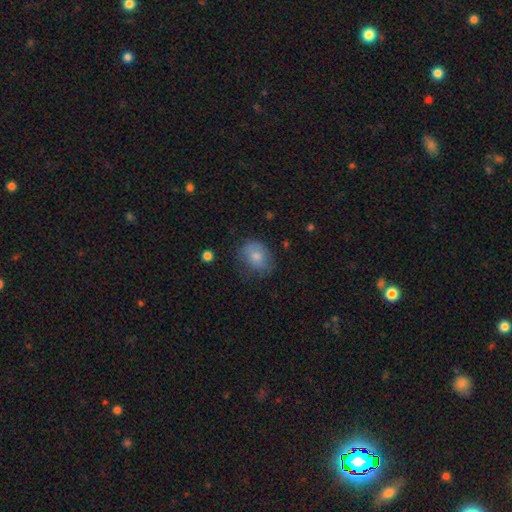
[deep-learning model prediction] Morphology: type=smooth (75%); roundness=in between (58%); merging=none (58%).